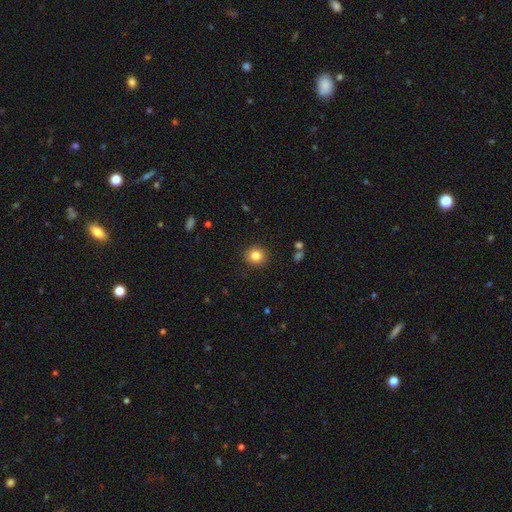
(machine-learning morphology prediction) A smooth galaxy with no disk features (83%) that is round (88%). Merging: none (90%).